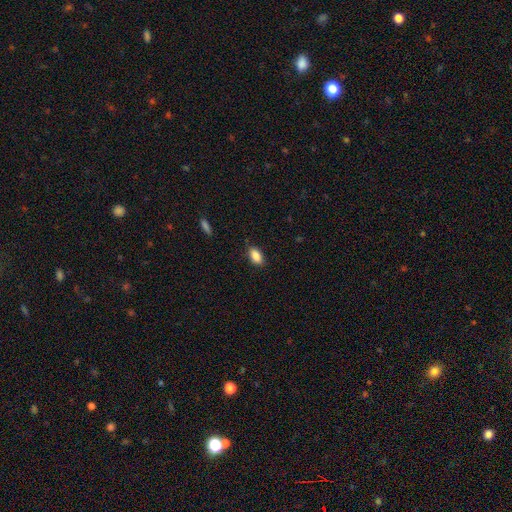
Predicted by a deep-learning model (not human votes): smooth 88%, star or artifact 8%, featured or disk 4%. Down the decision tree: how rounded — in between (90%); merging — none (82%).